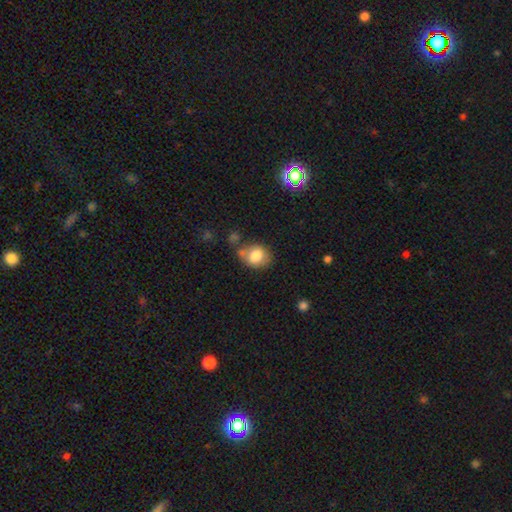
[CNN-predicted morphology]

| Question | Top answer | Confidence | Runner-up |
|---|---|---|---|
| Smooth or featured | smooth | 79% | featured or disk (12%) |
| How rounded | round | 55% | in between (44%) |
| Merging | none | 57% | minor disturbance (20%) |